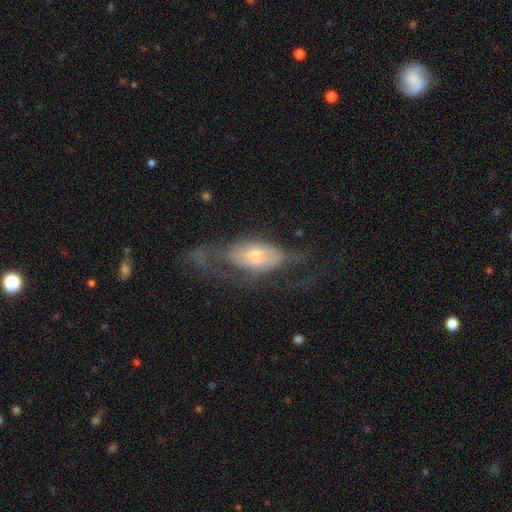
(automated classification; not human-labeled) This appears to be a featured or disk galaxy (50%). Merging: major disturbance (46%).